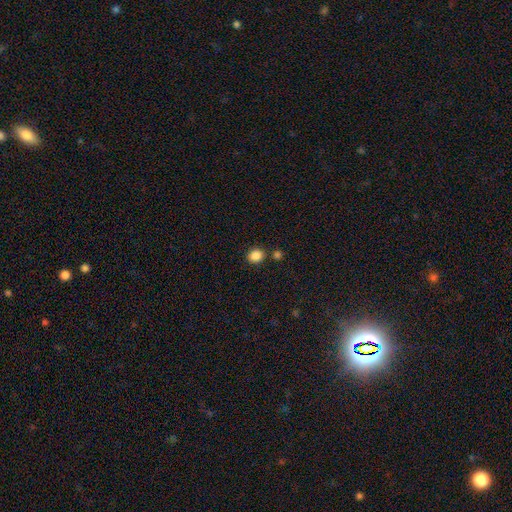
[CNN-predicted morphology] A smooth galaxy with no disk features (86%) that is round (74%).

Vote fractions:
- Smooth or featured? smooth: 86% / star or artifact: 10% / featured or disk: 3%
- How rounded? round: 74% / in between: 25% / cigar-shaped: 1%
- Merging? none: 80% / merger: 9% / minor disturbance: 9% / major disturbance: 3%